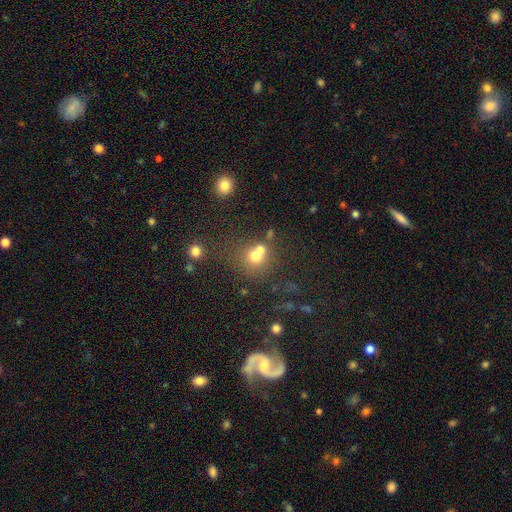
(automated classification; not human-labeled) A smooth galaxy with no disk features (67%) that is round (83%). Merging: none (45%).